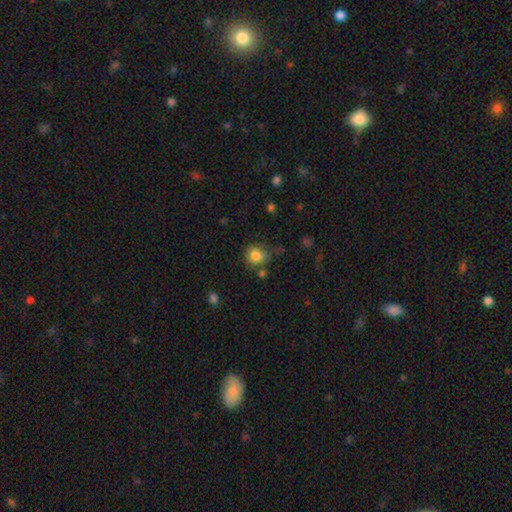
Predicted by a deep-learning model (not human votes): Smooth or featured?
  - smooth: 82% *
  - star or artifact: 10%
  - featured or disk: 7%
How rounded?
  - round: 82% *
  - in between: 17%
  - cigar-shaped: 1%
Merging?
  - none: 67% *
  - minor disturbance: 20%
  - merger: 7%
  - major disturbance: 6%